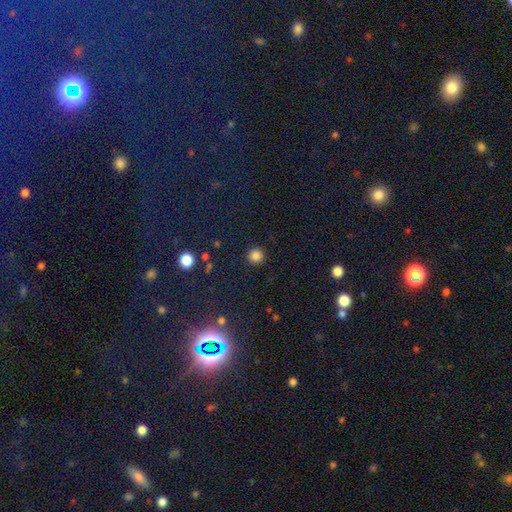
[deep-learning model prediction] A smooth galaxy with no disk features (84%) that is round (94%). Merging: none (92%).